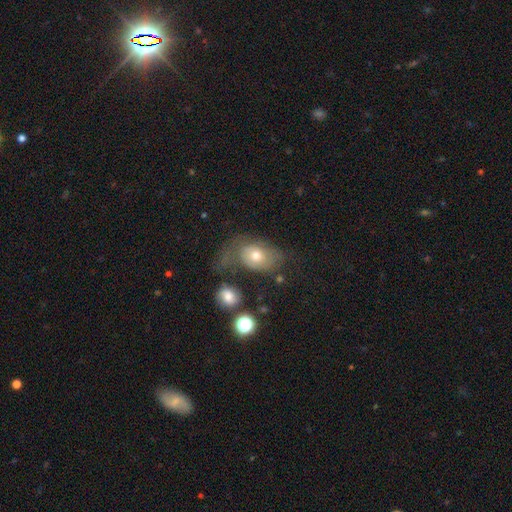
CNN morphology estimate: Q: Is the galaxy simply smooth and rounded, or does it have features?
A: smooth — 62%.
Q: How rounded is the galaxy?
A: in between — 73%.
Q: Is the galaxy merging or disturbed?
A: none — 35%.